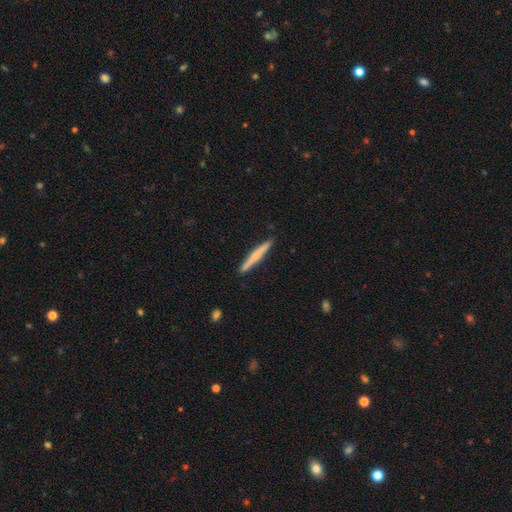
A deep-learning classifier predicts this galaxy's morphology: Overall: smooth (49%; featured or disk 46%). Merging: none (91%).